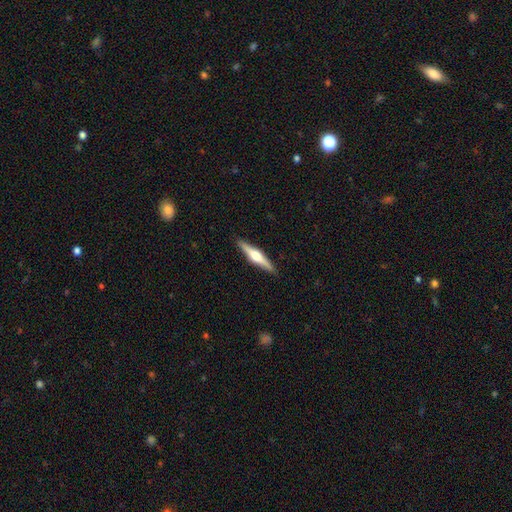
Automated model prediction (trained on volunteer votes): This is likely a featured or disk galaxy (70%). It is clearly viewed edge-on (98%). Edge-on bulge: clearly rounded (93%). Merging: clearly none (91%).